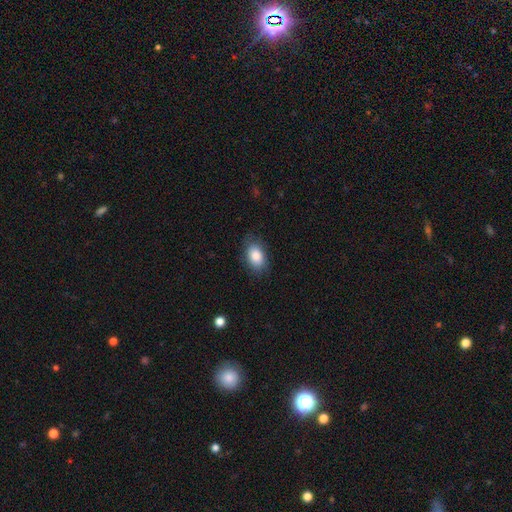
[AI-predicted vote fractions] This is clearly a smooth galaxy (85%). How rounded: clearly in between (88%). Merging: clearly none (80%).